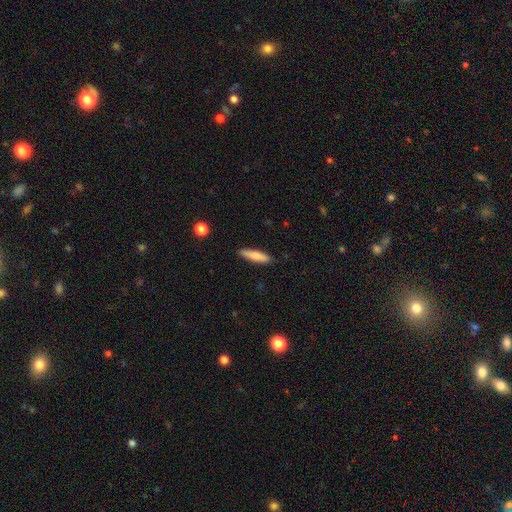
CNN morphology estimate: Smooth or featured: smooth — 78% (featured or disk — 16%)
How rounded: cigar-shaped — 77% (in between — 21%)
Merging: none — 88% (minor disturbance — 9%)